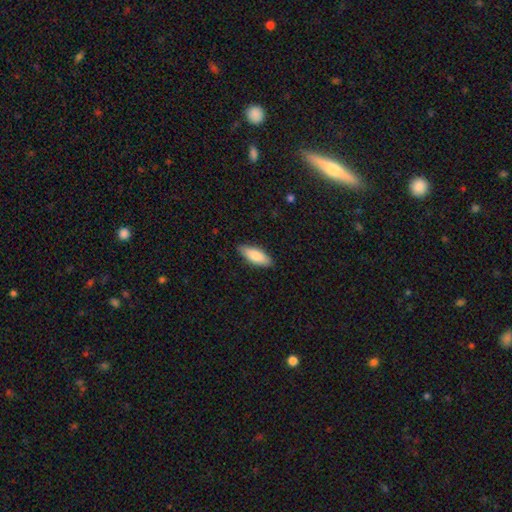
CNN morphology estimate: Q: Smooth or featured?
A: smooth (83%); runner-up: featured or disk (12%)
Q: How rounded?
A: in between (71%); runner-up: cigar-shaped (27%)
Q: Merging?
A: none (87%); runner-up: minor disturbance (10%)